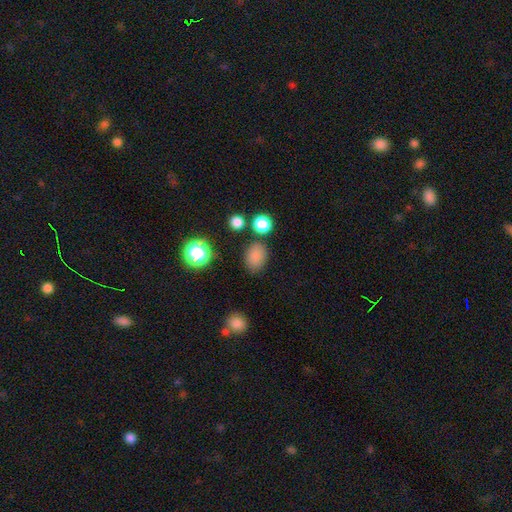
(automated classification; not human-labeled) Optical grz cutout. It shows a smooth galaxy with no disk features (81%) that is in between round and cigar-shaped (67%). Merging: none (78%).